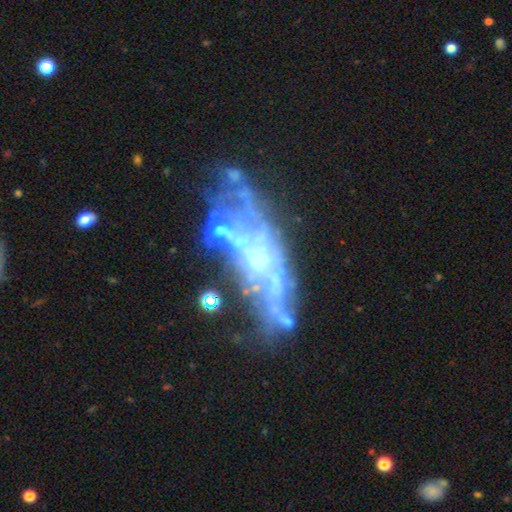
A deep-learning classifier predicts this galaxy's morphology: Smooth or featured: featured or disk — 75% (star or artifact — 13%)
Edge-on disk: no — 86% (yes — 14%)
Bar: no — 76% (weak — 15%)
Spiral arms: no — 69% (yes — 31%)
Bulge size: none — 45% (moderate — 24%)
Merging: none — 39% (major disturbance — 26%)